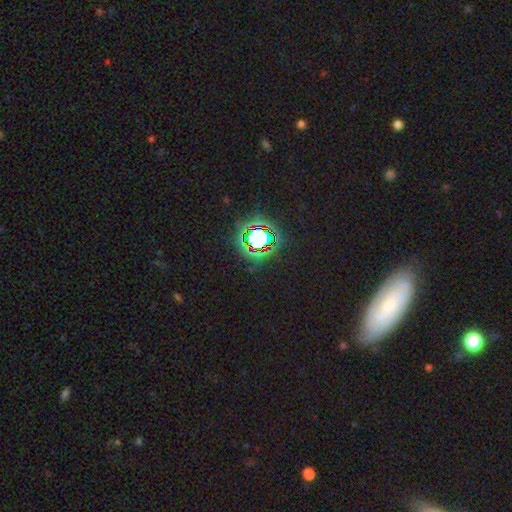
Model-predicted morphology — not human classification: A star or artifact, not a galaxy (67%).